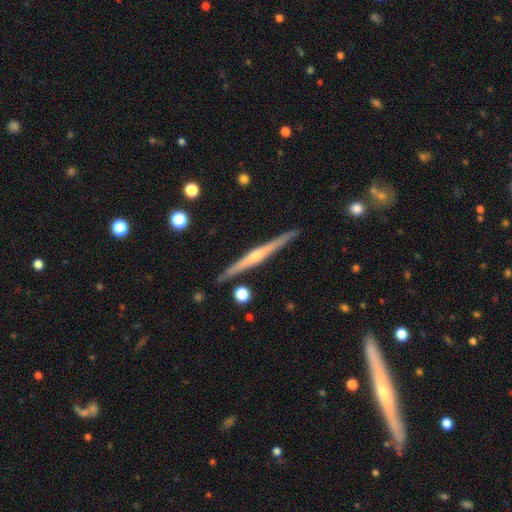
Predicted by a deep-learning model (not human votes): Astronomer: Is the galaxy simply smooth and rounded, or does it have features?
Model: featured or disk — 82%.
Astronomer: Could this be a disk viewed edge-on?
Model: yes — 98%.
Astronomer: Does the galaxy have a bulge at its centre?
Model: rounded — 79%.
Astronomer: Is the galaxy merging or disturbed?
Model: none — 89%.